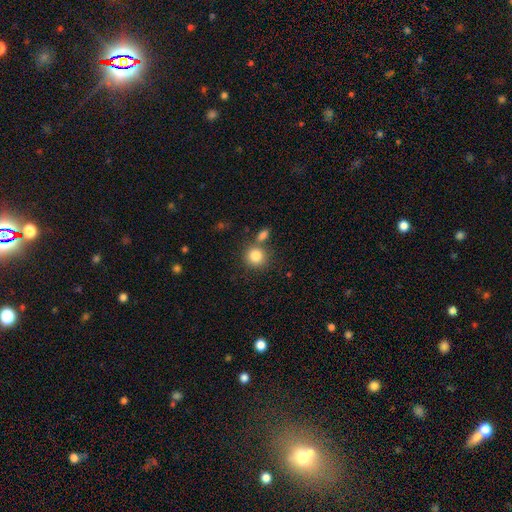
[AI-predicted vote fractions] Smooth or featured?
  - smooth: 84% *
  - star or artifact: 9%
  - featured or disk: 7%
How rounded?
  - round: 88% *
  - in between: 11%
  - cigar-shaped: 1%
Merging?
  - none: 67% *
  - merger: 20%
  - minor disturbance: 9%
  - major disturbance: 3%